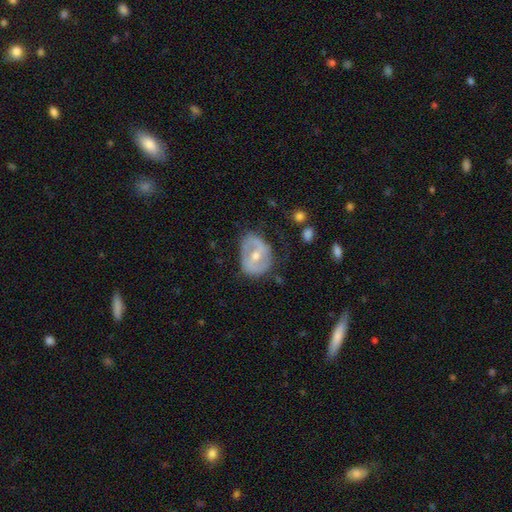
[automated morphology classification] Smooth or featured?
  - featured or disk: 68% *
  - smooth: 26%
  - star or artifact: 6%
Edge-on disk?
  - no: 95% *
  - yes: 5%
Bar?
  - weak: 41% *
  - strong: 32%
  - no: 27%
Spiral arms?
  - yes: 58% *
  - no: 42%
Bulge size?
  - moderate: 63% *
  - small: 33%
  - large: 2%
  - none: 1%
  - dominant: 1%
Merging?
  - none: 64% *
  - minor disturbance: 24%
  - major disturbance: 10%
  - merger: 2%